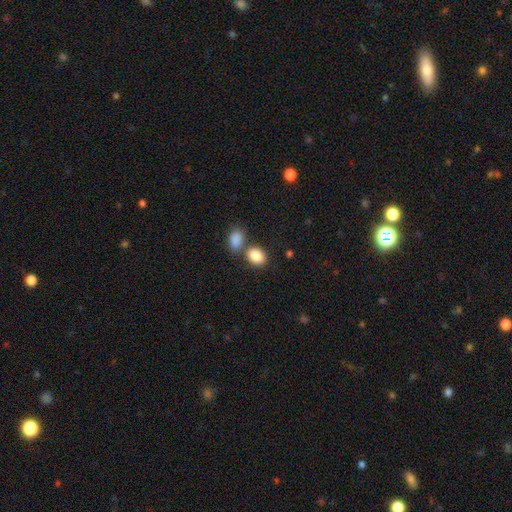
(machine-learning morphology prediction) smooth 86%, star or artifact 8%, featured or disk 5%. Down the decision tree: how rounded — in between (72%); merging — none (53%).